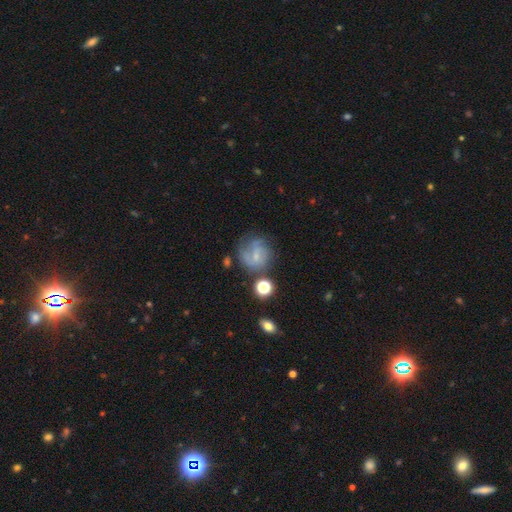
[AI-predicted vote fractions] Q: Smooth or featured?
A: featured or disk (49%); runner-up: smooth (39%)
Q: Merging?
A: none (51%); runner-up: minor disturbance (24%)